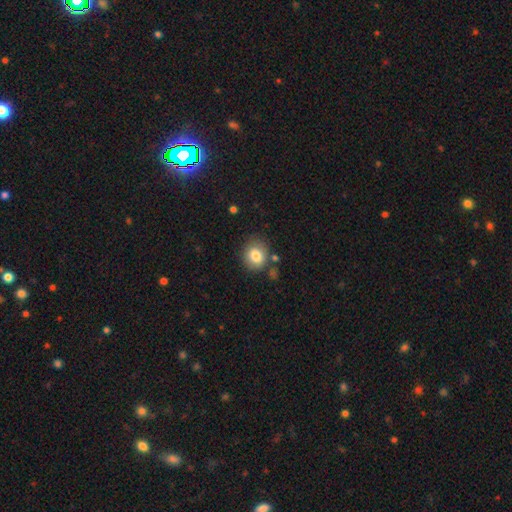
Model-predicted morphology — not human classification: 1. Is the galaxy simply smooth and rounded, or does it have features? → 80% smooth, 10% featured or disk, 10% star or artifact.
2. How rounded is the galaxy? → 73% round, 26% in between, 1% cigar-shaped.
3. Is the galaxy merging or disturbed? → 76% none, 14% minor disturbance, 6% merger, 4% major disturbance.